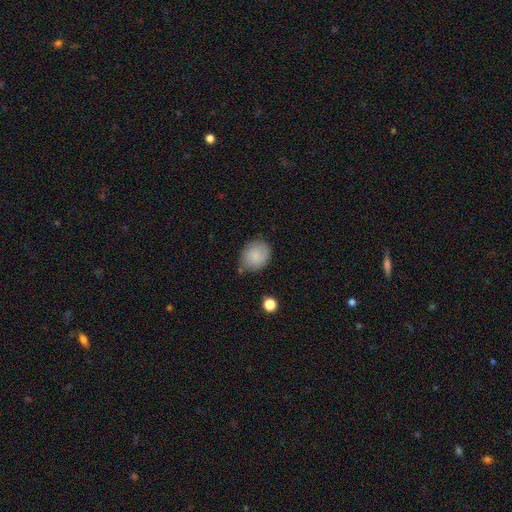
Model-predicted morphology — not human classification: Smooth or featured? Predicted: smooth (p=0.82). How rounded? Predicted: round (p=0.61). Merging? Predicted: none (p=0.70).